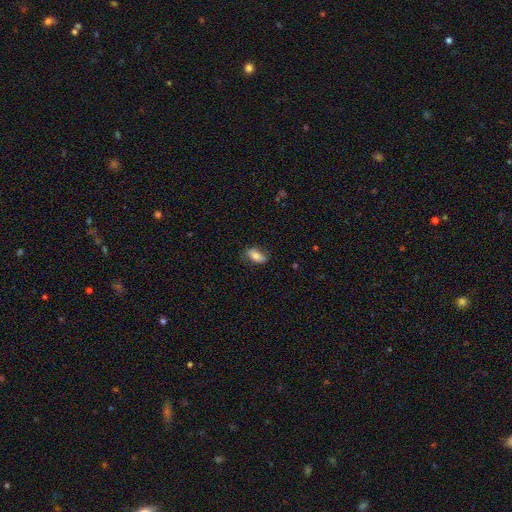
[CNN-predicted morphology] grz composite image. It shows a smooth galaxy with no disk features (72%) that is in between round and cigar-shaped (90%). Merging: none (74%).